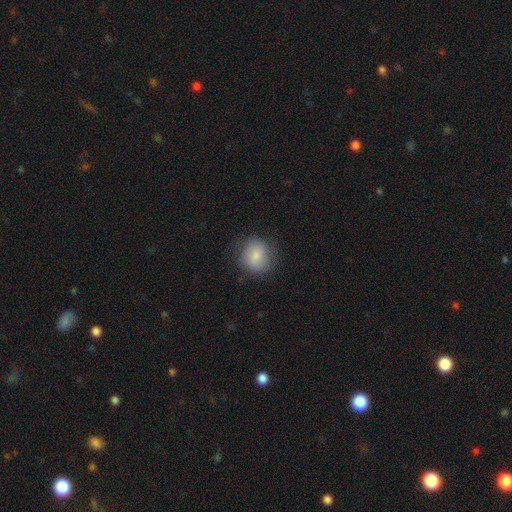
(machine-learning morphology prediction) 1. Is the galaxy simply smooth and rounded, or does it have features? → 78% smooth, 14% featured or disk, 7% star or artifact.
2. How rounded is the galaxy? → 81% round, 18% in between, 1% cigar-shaped.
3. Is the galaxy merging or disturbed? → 76% none, 17% minor disturbance, 6% major disturbance, 1% merger.